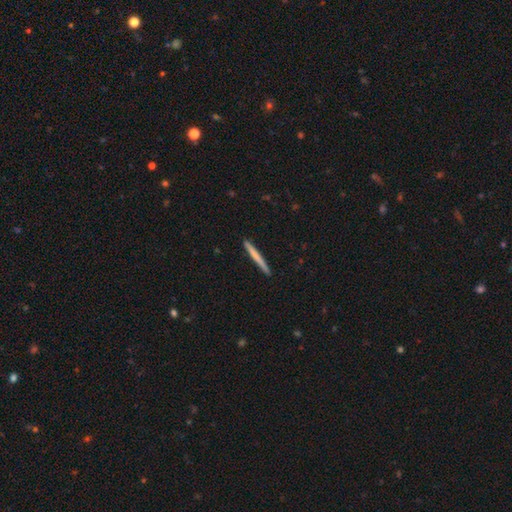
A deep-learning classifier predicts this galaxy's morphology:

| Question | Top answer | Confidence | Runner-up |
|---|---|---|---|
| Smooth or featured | smooth | 64% | featured or disk (31%) |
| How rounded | cigar-shaped | 97% | in between (2%) |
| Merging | none | 92% | minor disturbance (6%) |